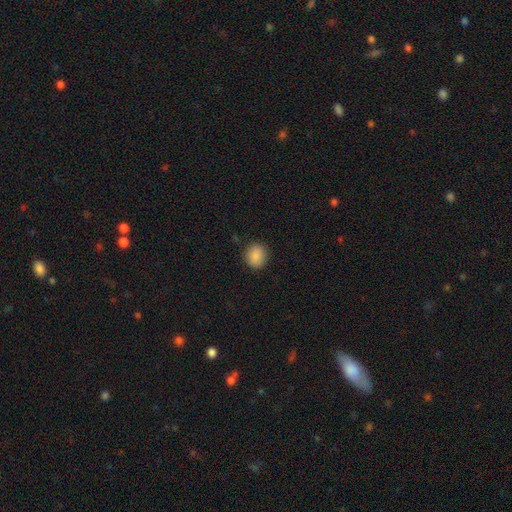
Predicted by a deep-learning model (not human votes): This appears to be a smooth galaxy with no disk features (88%) that is round (66%). Merging: none (88%).